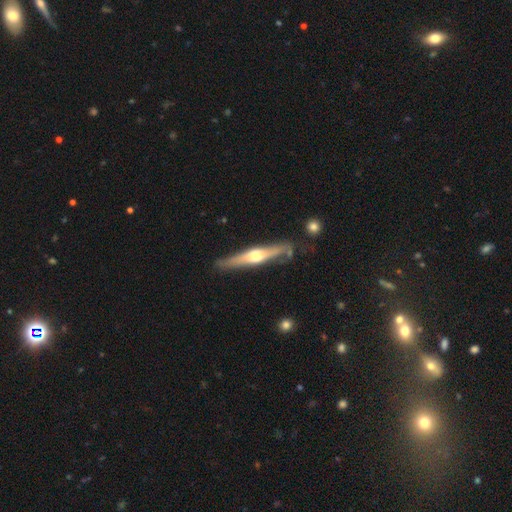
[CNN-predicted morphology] Q: Smooth or featured?
A: featured or disk (68%); runner-up: smooth (28%)
Q: Edge-on disk?
A: yes (95%); runner-up: no (5%)
Q: Edge-on bulge?
A: rounded (89%); runner-up: boxy (7%)
Q: Merging?
A: none (79%); runner-up: minor disturbance (14%)